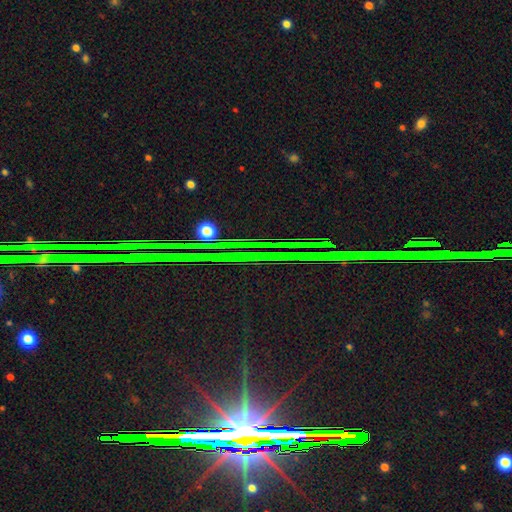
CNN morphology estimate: The model was most divided on "smooth or featured": star or artifact: 83%, featured or disk: 11%, smooth: 6%.